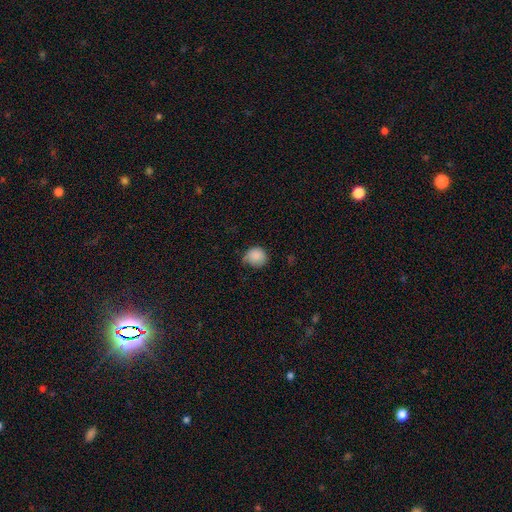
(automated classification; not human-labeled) Smooth or featured? Predicted: smooth (p=0.86). How rounded? Predicted: round (p=0.82). Merging? Predicted: none (p=0.52).